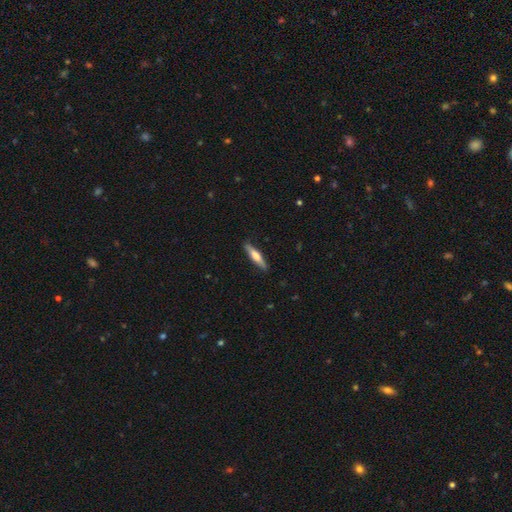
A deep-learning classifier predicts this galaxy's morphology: Smooth or featured: smooth — 48% (featured or disk — 47%)
Merging: none — 88% (minor disturbance — 9%)